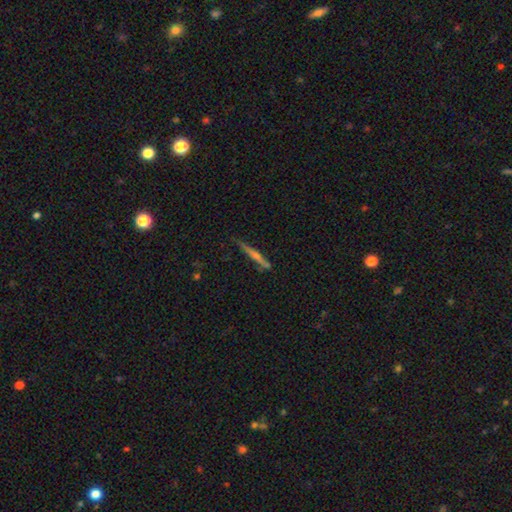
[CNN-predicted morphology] smooth_or_featured: featured or disk (p=0.61) [alt: smooth p=0.31]
disk_edge_on: yes (p=0.97) [alt: no p=0.03]
edge_on_bulge: rounded (p=0.58) [alt: none p=0.34]
merging: none (p=0.84) [alt: minor disturbance p=0.11]